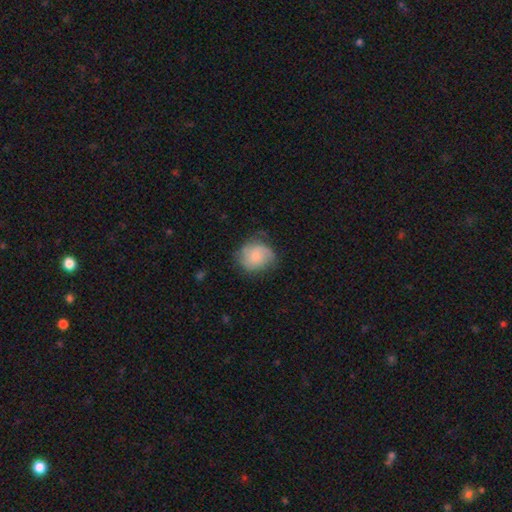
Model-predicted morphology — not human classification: This is possibly a smooth galaxy (59%). How rounded: likely round (73%). Merging: likely none (60%).